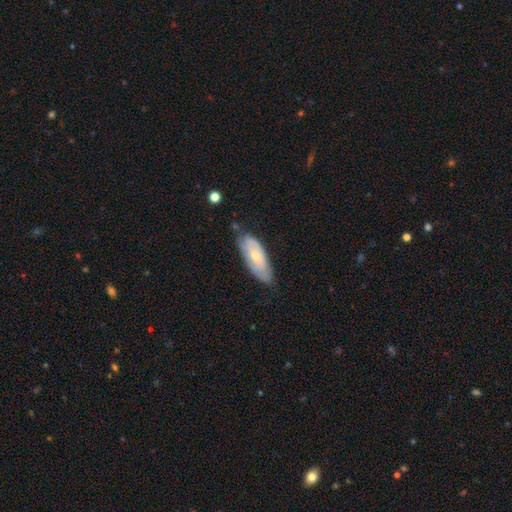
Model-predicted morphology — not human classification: This is possibly a smooth galaxy (52%). How rounded: likely in between (76%). Merging: likely none (61%).